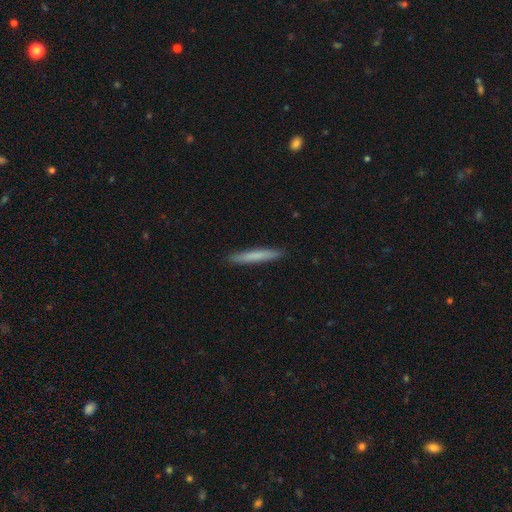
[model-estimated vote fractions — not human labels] smooth 73%, featured or disk 21%, star or artifact 6%. Down the decision tree: how rounded — cigar-shaped (96%); merging — none (92%).